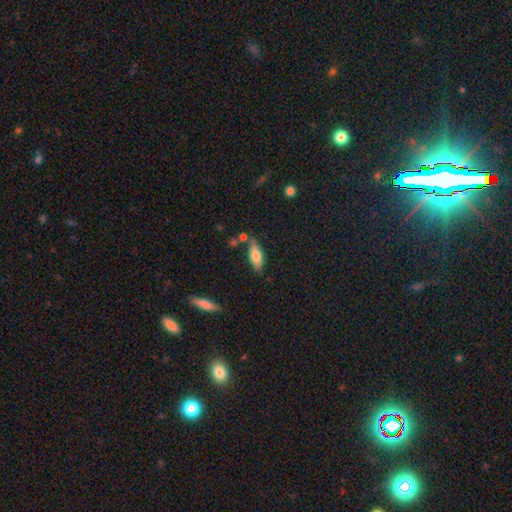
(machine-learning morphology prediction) This is likely a smooth galaxy (67%). How rounded: likely in between (63%). Merging: likely none (70%).